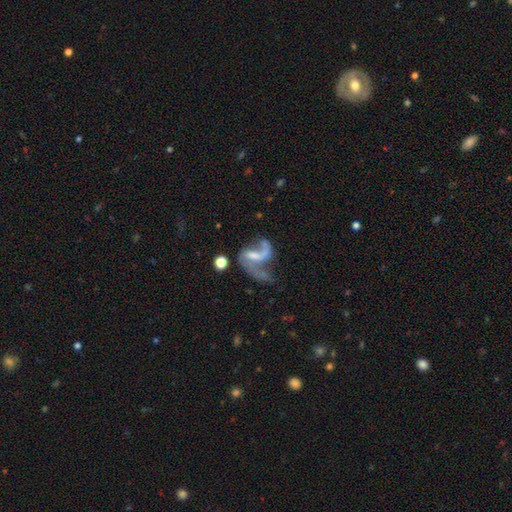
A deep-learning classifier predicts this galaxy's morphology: This appears to be a featured or disk galaxy (75%) with a weak bar (44%), 2 (67%) loose (71%) spiral arms (83%) and a small central bulge (36%). Merging: major disturbance (39%).